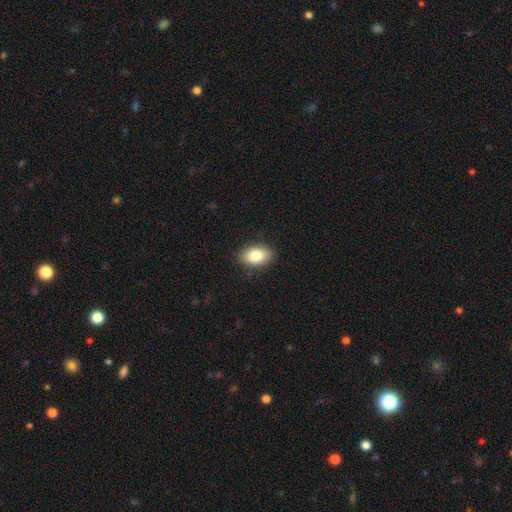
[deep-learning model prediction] A smooth galaxy with no disk features (83%) that is in between round and cigar-shaped (90%).

Vote fractions:
- Smooth or featured? smooth: 83% / featured or disk: 10% / star or artifact: 7%
- How rounded? in between: 90% / round: 9% / cigar-shaped: 2%
- Merging? none: 89% / minor disturbance: 8% / major disturbance: 2% / merger: 1%